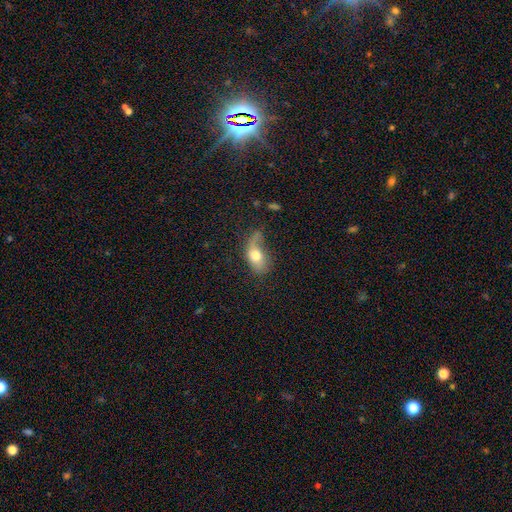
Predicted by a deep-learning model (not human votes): Smooth or featured? Predicted: smooth (p=0.67). How rounded? Predicted: in between (p=0.82). Merging? Predicted: major disturbance (p=0.37).